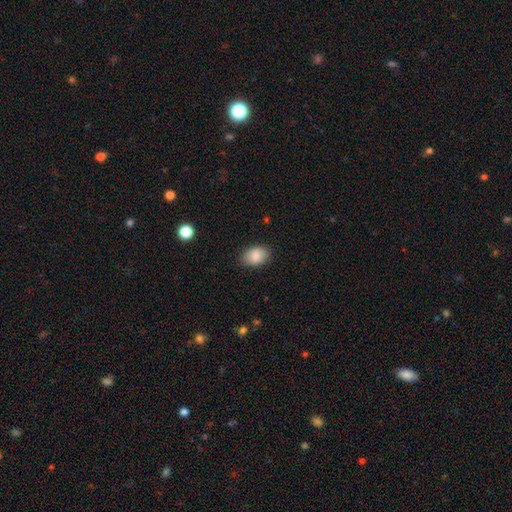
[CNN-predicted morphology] Smooth or featured? Predicted: smooth (p=0.88). How rounded? Predicted: in between (p=0.82). Merging? Predicted: none (p=0.85).